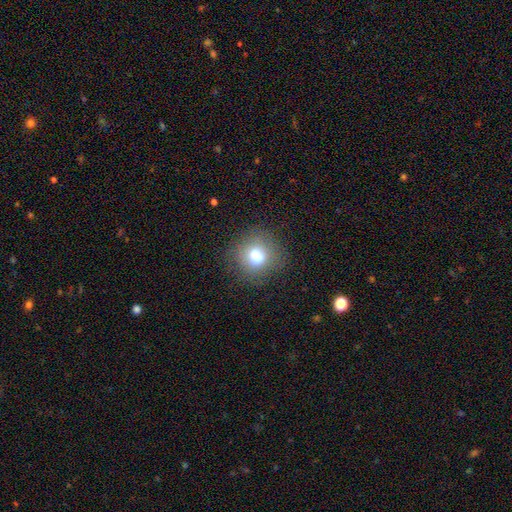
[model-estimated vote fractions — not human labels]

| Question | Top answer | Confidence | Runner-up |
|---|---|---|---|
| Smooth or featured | smooth | 75% | featured or disk (13%) |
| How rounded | round | 85% | in between (14%) |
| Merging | none | 85% | minor disturbance (10%) |